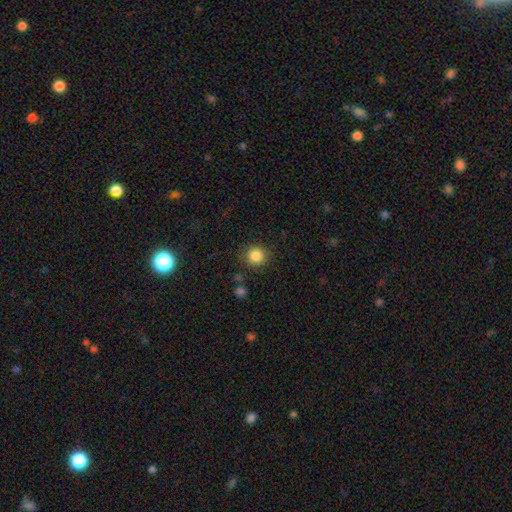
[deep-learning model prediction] smooth 85%, star or artifact 11%, featured or disk 4%. Down the decision tree: how rounded — round (91%); merging — none (86%).